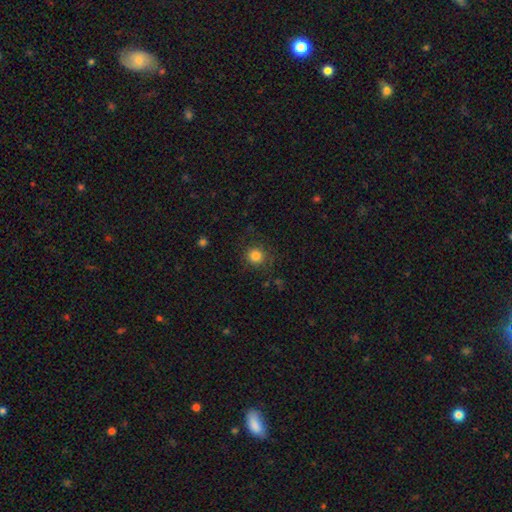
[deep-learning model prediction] smooth 83%, star or artifact 11%, featured or disk 6%. Down the decision tree: how rounded — round (90%); merging — none (82%).